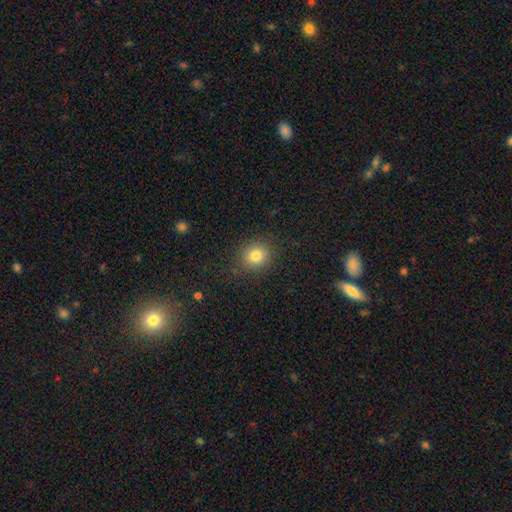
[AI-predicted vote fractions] smooth-or-featured: smooth: 81% | star or artifact: 12% | featured or disk: 7%
  how-rounded: round: 84% | in between: 15% | cigar-shaped: 1%
  merging: none: 88% | minor disturbance: 8% | major disturbance: 3% | merger: 1%